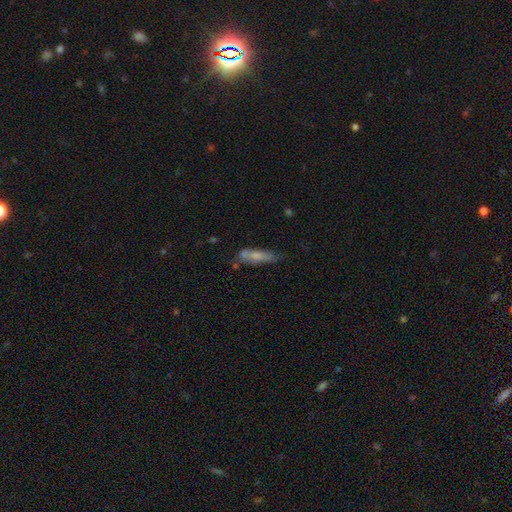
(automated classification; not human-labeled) The model was most divided on "merging": none: 56%, minor disturbance: 26%, merger: 9%, major disturbance: 8%. More confident: how rounded — cigar-shaped (70%); smooth or featured — smooth (66%).